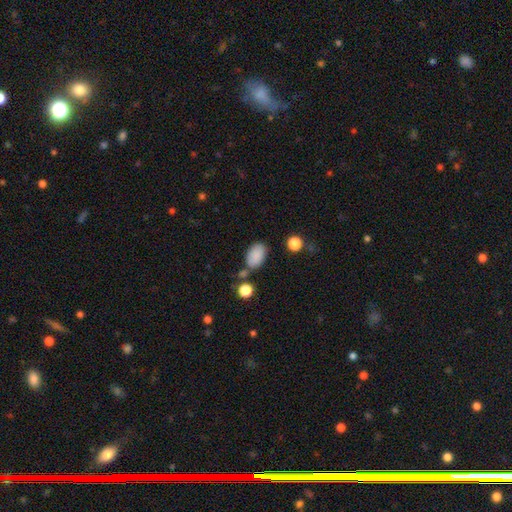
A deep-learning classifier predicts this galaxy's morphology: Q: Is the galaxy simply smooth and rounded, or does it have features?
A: smooth — 87%.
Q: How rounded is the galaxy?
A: in between — 90%.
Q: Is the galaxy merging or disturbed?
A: none — 70%.